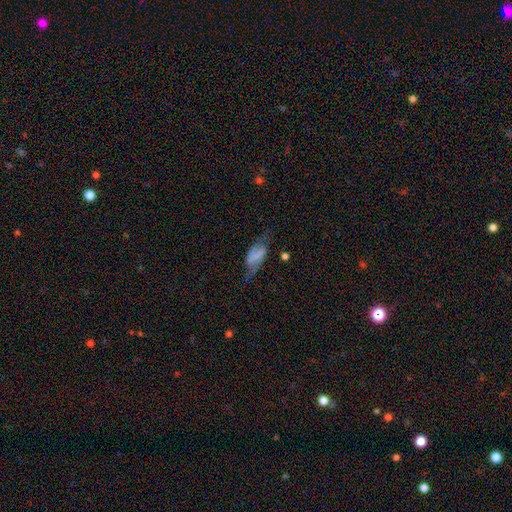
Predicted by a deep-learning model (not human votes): smooth-or-featured: featured or disk: 57% | smooth: 33% | star or artifact: 10%
  disk-edge-on: no: 88% | yes: 12%
    bar: strong: 40% | weak: 32% | no: 28%
    has-spiral-arms: yes: 70% | no: 30%
    bulge-size: none: 62% | small: 19% | moderate: 10% | large: 6% | dominant: 3%
  merging: none: 50% | minor disturbance: 24% | major disturbance: 23% | merger: 3%